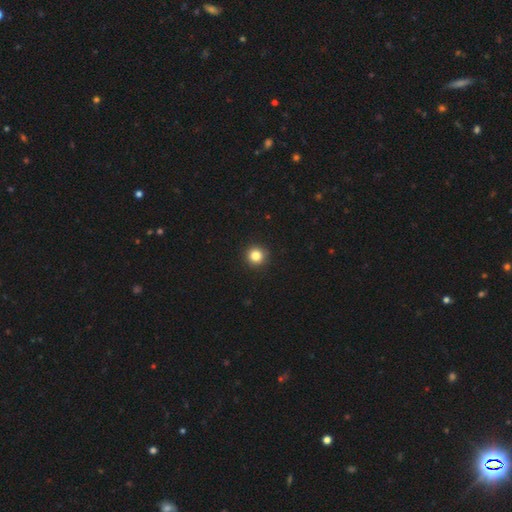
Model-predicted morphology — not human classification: A smooth galaxy with no disk features (83%) that is round (95%). Merging: none (93%).